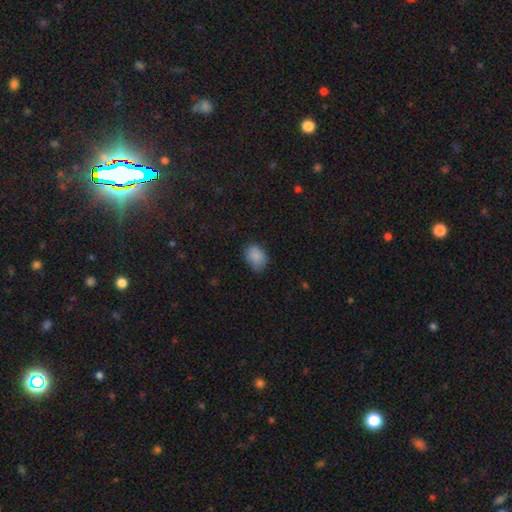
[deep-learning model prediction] Smooth or featured? smooth (87%)
How rounded? in between (69%)
Merging? none (69%)